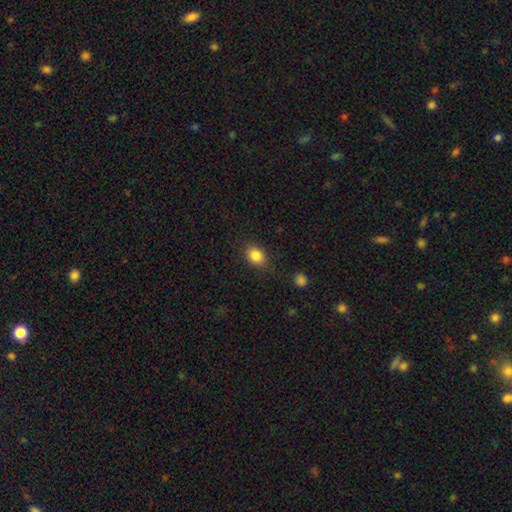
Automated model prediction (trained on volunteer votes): Morphology: type=smooth (85%); roundness=in between (65%); merging=none (83%).